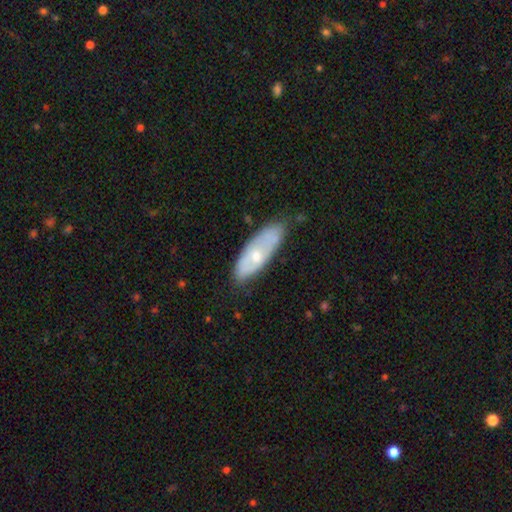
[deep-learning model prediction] Smooth or featured? Predicted: smooth (p=0.50). Merging? Predicted: none (p=0.66).